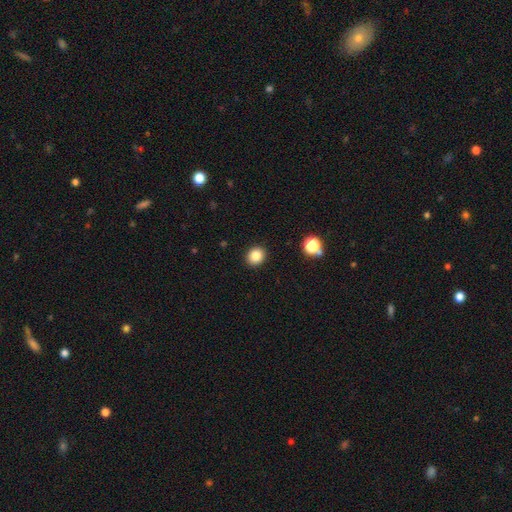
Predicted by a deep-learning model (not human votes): The model was most divided on "how rounded": round: 76%, in between: 23%, cigar-shaped: 1%. More confident: merging — none (92%); smooth or featured — smooth (84%).